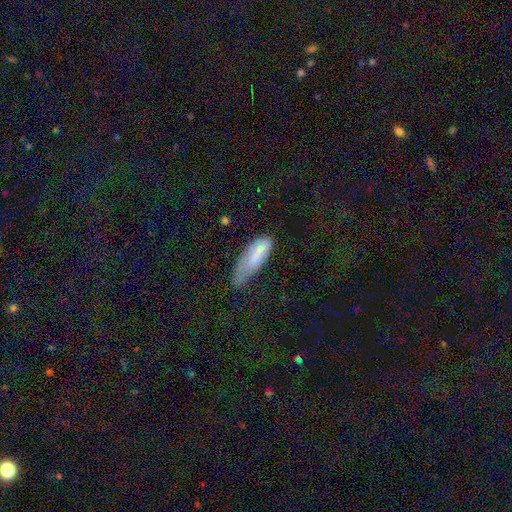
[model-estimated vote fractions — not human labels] Smooth or featured? Predicted: smooth (p=0.74). How rounded? Predicted: in between (p=0.54). Merging? Predicted: minor disturbance (p=0.43).